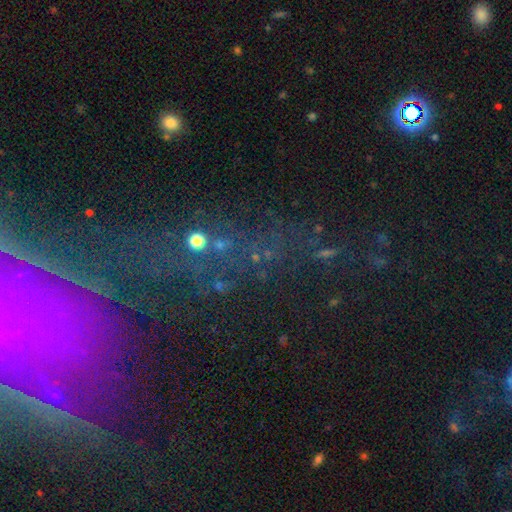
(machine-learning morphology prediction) Smooth or featured: star or artifact — 58% (smooth — 26%)